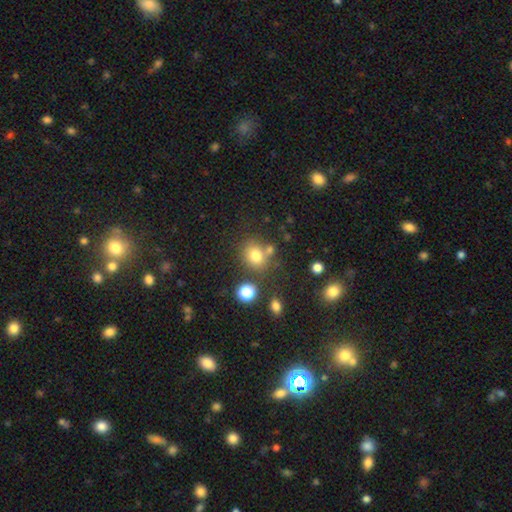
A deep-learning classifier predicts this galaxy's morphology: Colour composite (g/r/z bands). It shows a smooth galaxy with no disk features (76%) that is round (72%). Merging: none (67%).